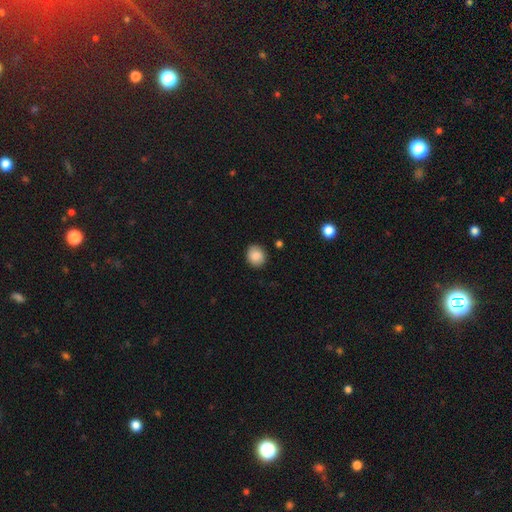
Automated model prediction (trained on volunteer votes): The model was most divided on "how rounded": round: 77%, in between: 22%, cigar-shaped: 1%. More confident: merging — none (88%); smooth or featured — smooth (87%).